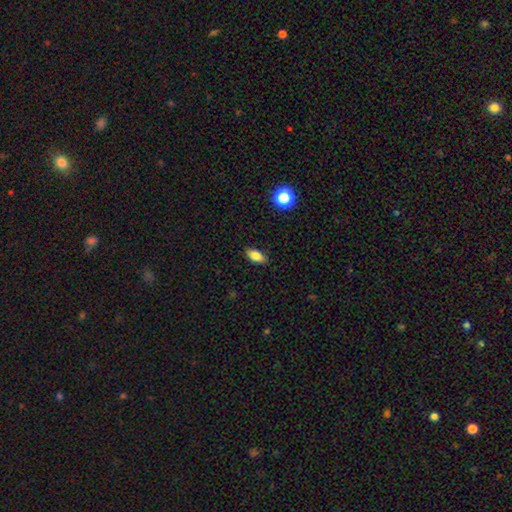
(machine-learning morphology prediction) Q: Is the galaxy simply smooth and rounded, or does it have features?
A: smooth — 82%.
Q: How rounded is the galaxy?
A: in between — 87%.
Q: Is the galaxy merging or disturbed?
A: none — 88%.